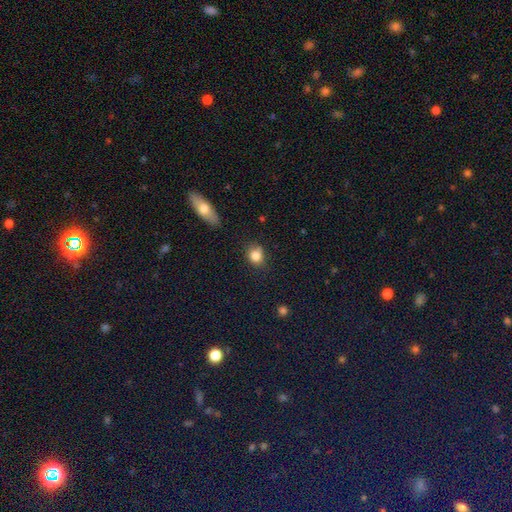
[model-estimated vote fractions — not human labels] Smooth or featured: smooth — 83% (star or artifact — 10%)
How rounded: round — 65% (in between — 33%)
Merging: none — 72% (minor disturbance — 20%)